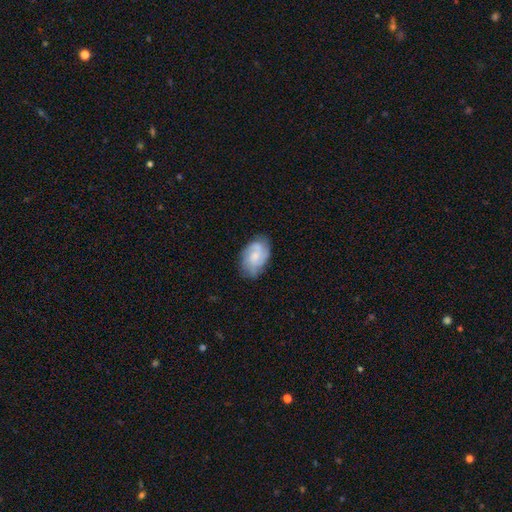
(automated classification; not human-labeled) Smooth or featured? Predicted: featured or disk (p=0.58). Edge-on disk? Predicted: no (p=0.97). Bar? Predicted: no (p=0.66). Spiral arms? Predicted: yes (p=0.89). Spiral winding? Predicted: medium (p=0.45). Spiral arm count? Predicted: 2 (p=0.33). Bulge size? Predicted: moderate (p=0.40). Merging? Predicted: none (p=0.69).